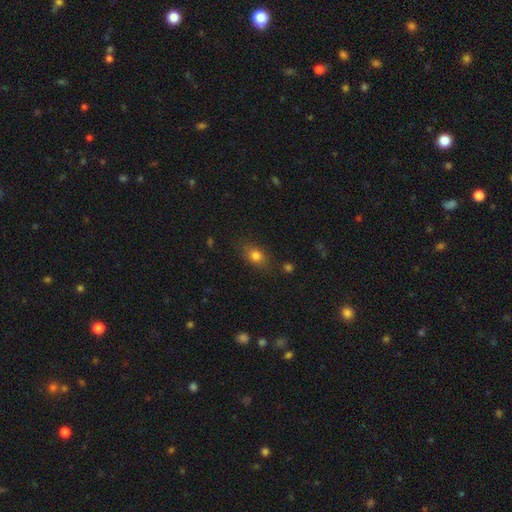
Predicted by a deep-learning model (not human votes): Q: Smooth or featured?
A: smooth (79%); runner-up: star or artifact (11%)
Q: How rounded?
A: in between (71%); runner-up: round (26%)
Q: Merging?
A: none (79%); runner-up: minor disturbance (14%)